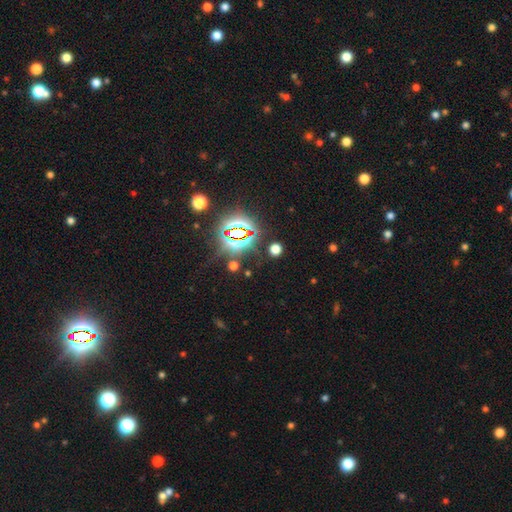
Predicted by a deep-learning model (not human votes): A star or artifact, not a galaxy (83%).